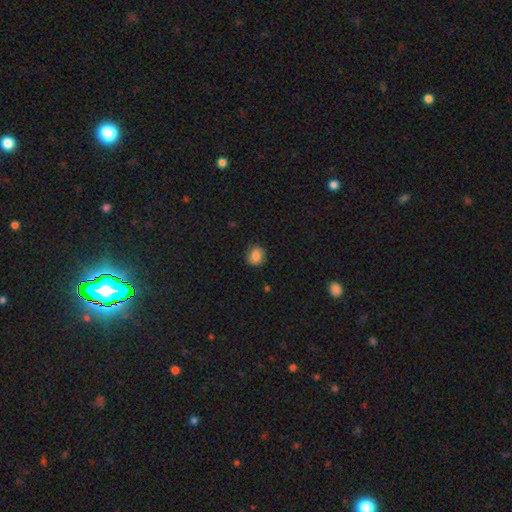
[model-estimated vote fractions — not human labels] Smooth or featured?
  - smooth: 79% *
  - featured or disk: 11%
  - star or artifact: 9%
How rounded?
  - round: 77% *
  - in between: 22%
  - cigar-shaped: 1%
Merging?
  - none: 82% *
  - minor disturbance: 14%
  - major disturbance: 3%
  - merger: 1%